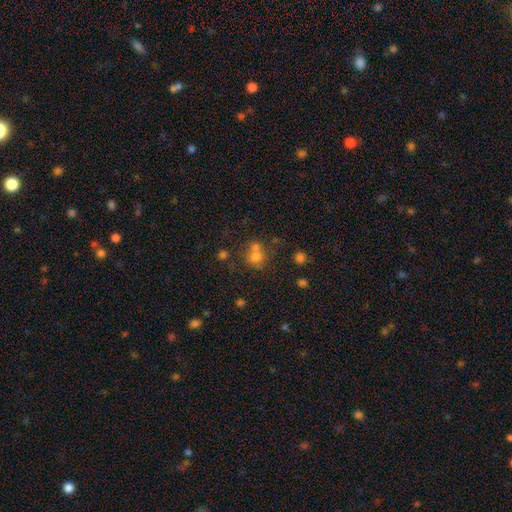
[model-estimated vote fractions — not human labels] Morphology: type=smooth (67%); roundness=round (77%); merging=merger (44%).